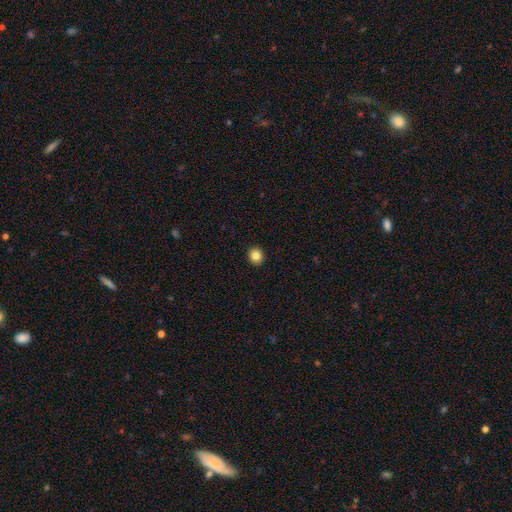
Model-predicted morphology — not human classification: A smooth galaxy with no disk features (84%) that is round (82%).

Vote fractions:
- Smooth or featured? smooth: 84% / star or artifact: 11% / featured or disk: 6%
- How rounded? round: 82% / in between: 17% / cigar-shaped: 1%
- Merging? none: 93% / minor disturbance: 5% / major disturbance: 1% / merger: 1%